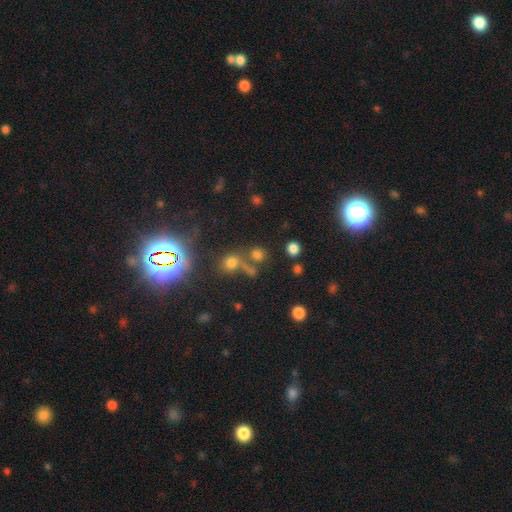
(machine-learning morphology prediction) Smooth or featured? star or artifact (50%)